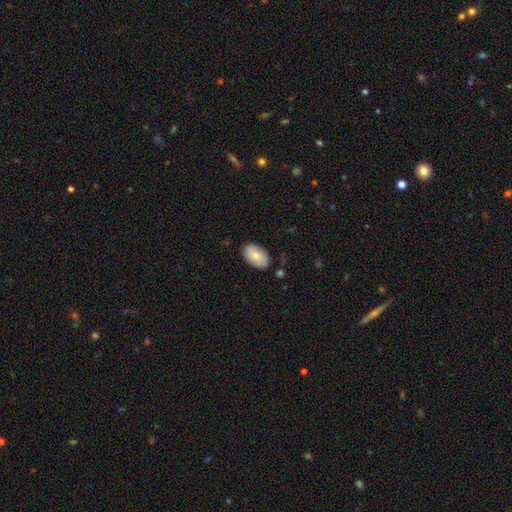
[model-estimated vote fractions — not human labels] This is likely a smooth galaxy (80%). How rounded: clearly in between (94%). Merging: clearly none (82%).